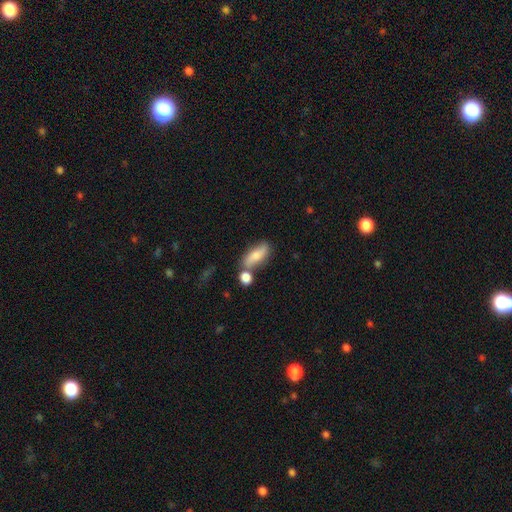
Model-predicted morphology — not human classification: The model was most divided on "merging": none: 55%, merger: 22%, minor disturbance: 17%, major disturbance: 6%. More confident: how rounded — in between (70%); smooth or featured — smooth (65%).